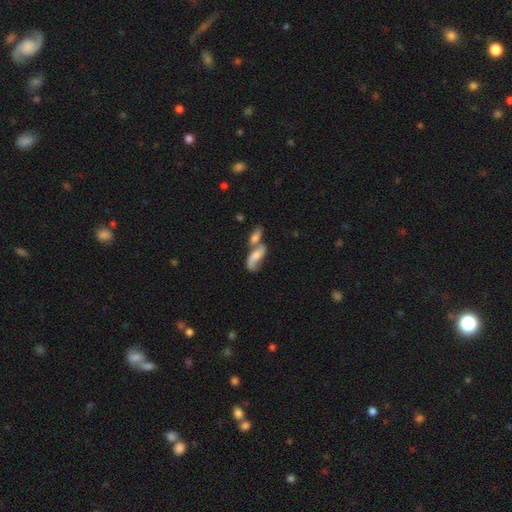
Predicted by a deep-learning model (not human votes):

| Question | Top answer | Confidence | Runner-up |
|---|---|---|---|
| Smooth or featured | featured or disk | 46% | smooth (45%) |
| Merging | merger | 63% | none (20%) |